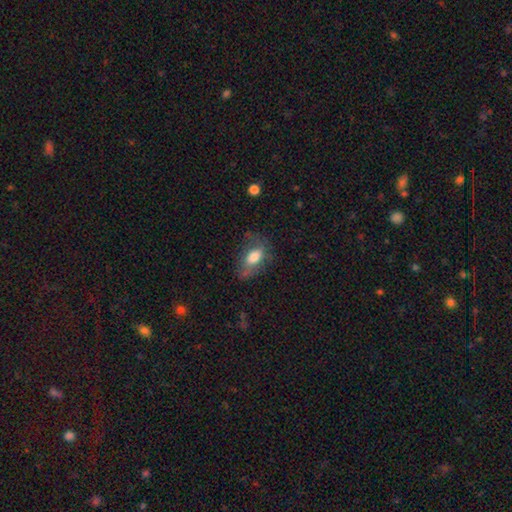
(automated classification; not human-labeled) A smooth galaxy with no disk features (64%) that is in between round and cigar-shaped (85%). Merging: none (52%).